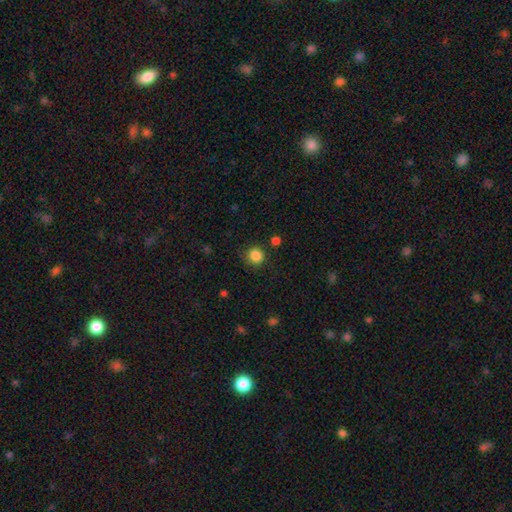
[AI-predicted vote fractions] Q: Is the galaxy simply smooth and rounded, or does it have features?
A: smooth — 86%.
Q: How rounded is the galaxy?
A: round — 90%.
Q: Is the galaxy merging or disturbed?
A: none — 82%.